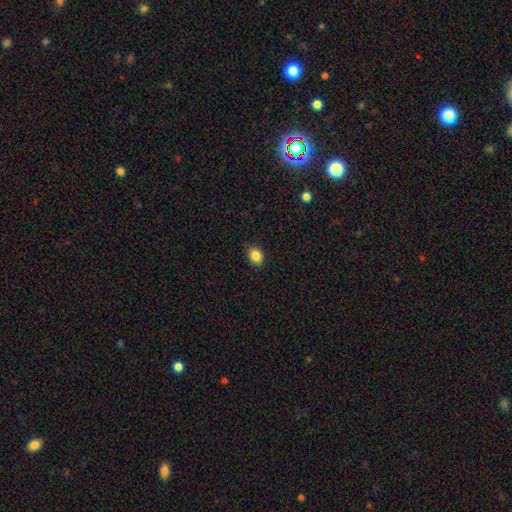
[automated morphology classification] A smooth galaxy with no disk features (85%) that is in between round and cigar-shaped (57%). Merging: none (88%).